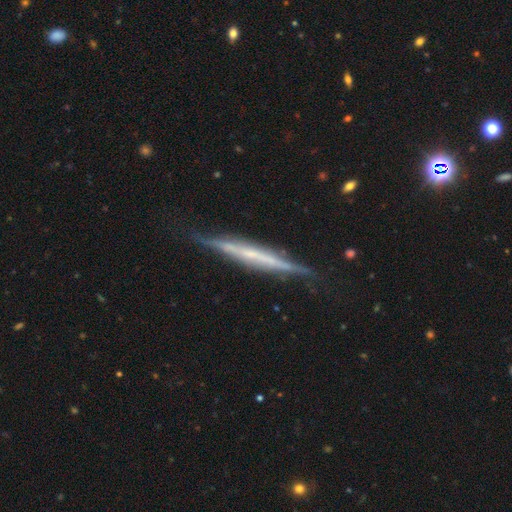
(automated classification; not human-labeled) smooth-or-featured: featured or disk: 69% | smooth: 24% | star or artifact: 6%
  disk-edge-on: yes: 95% | no: 5%
    edge-on-bulge: none: 74% | rounded: 16% | boxy: 10%
  merging: none: 77% | minor disturbance: 18% | major disturbance: 4% | merger: 2%